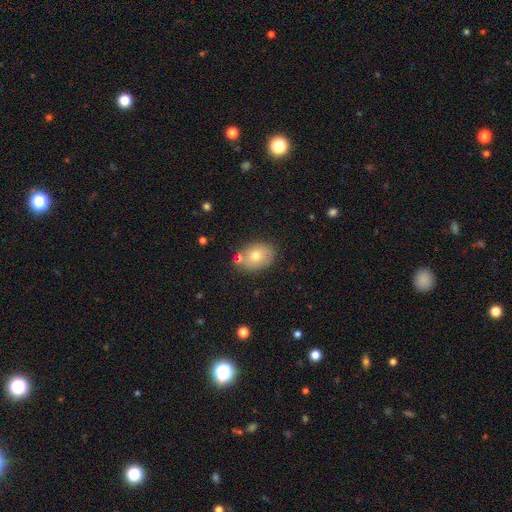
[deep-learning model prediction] Smooth or featured: smooth — 73% (featured or disk — 18%)
How rounded: in between — 70% (round — 29%)
Merging: none — 74% (minor disturbance — 14%)